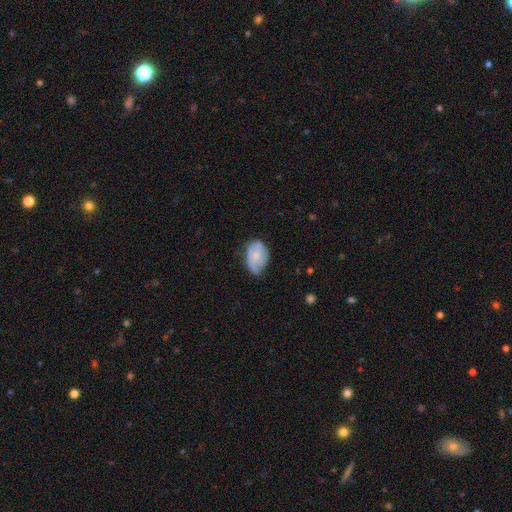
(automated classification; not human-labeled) Q: Smooth or featured?
A: smooth (55%); runner-up: featured or disk (39%)
Q: How rounded?
A: in between (83%); runner-up: round (15%)
Q: Merging?
A: minor disturbance (44%); runner-up: none (39%)